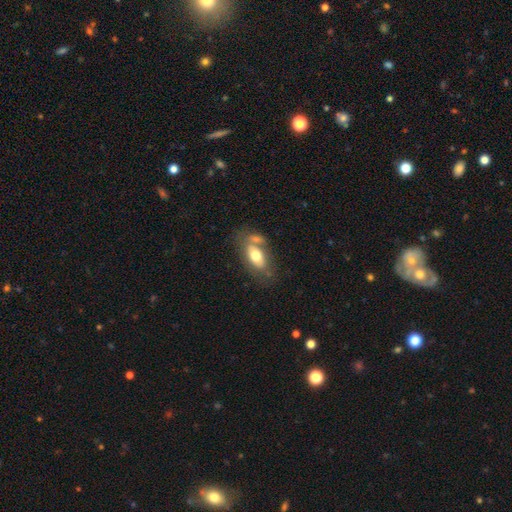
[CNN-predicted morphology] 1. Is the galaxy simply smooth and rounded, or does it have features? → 64% smooth, 29% featured or disk, 7% star or artifact.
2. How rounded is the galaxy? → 87% in between, 7% cigar-shaped, 5% round.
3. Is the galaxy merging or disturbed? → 44% none, 28% merger, 18% minor disturbance, 9% major disturbance.